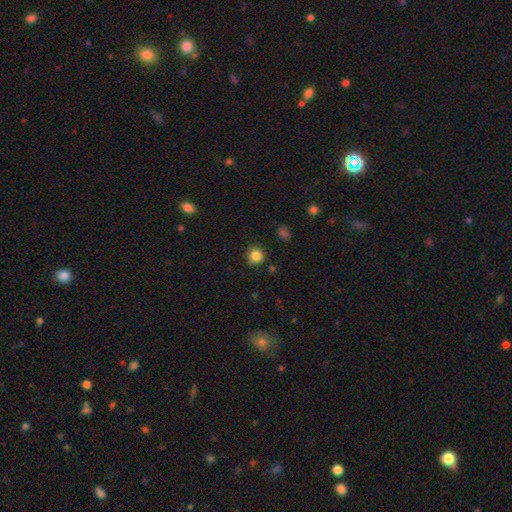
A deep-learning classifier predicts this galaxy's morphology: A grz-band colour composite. It shows a smooth galaxy with no disk features (85%) that is round (92%). Merging: none (86%).